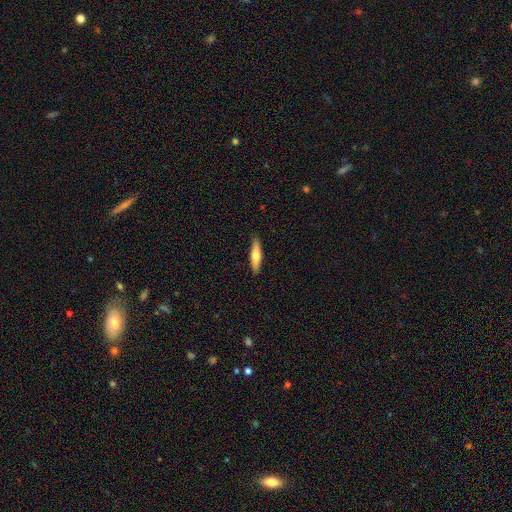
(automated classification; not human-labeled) This is possibly a smooth galaxy (59%). How rounded: likely cigar-shaped (75%). Merging: clearly none (90%).